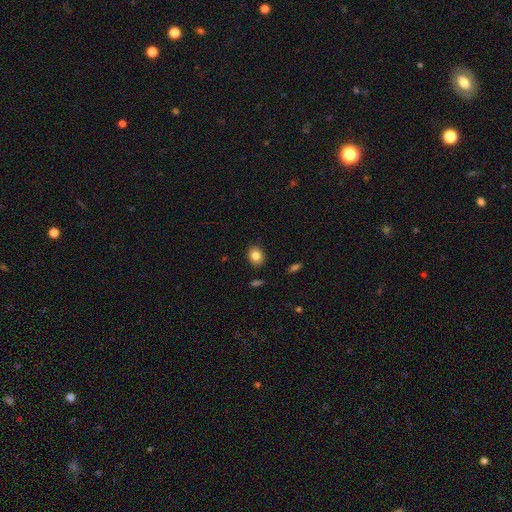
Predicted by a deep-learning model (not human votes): Smooth or featured? smooth (83%)
How rounded? round (58%)
Merging? none (89%)